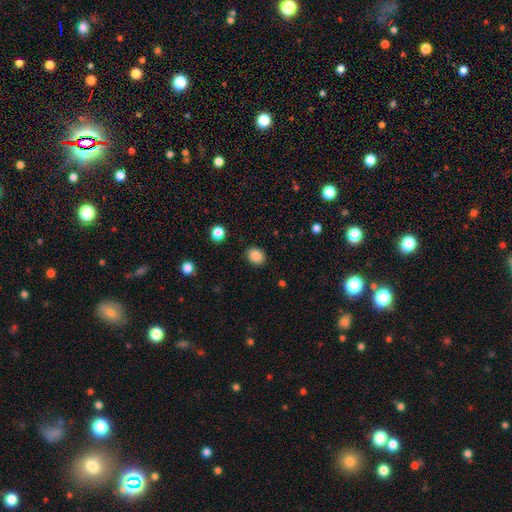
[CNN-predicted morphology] A smooth galaxy with no disk features (87%) that is round (57%). Merging: none (88%).